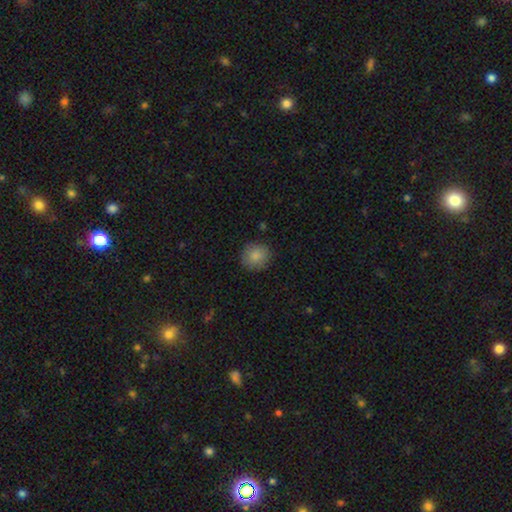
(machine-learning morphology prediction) smooth-or-featured: smooth: 86% | star or artifact: 8% | featured or disk: 6%
  how-rounded: round: 87% | in between: 12% | cigar-shaped: 1%
  merging: none: 86% | minor disturbance: 10% | major disturbance: 2% | merger: 1%